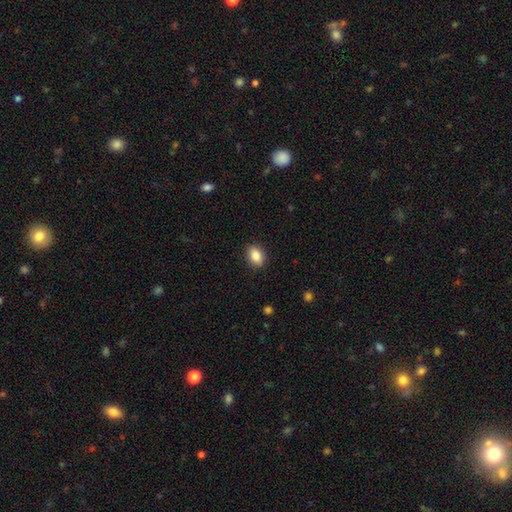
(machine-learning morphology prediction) This appears to be a smooth galaxy with no disk features (87%) that is in between round and cigar-shaped (79%). Merging: none (89%).